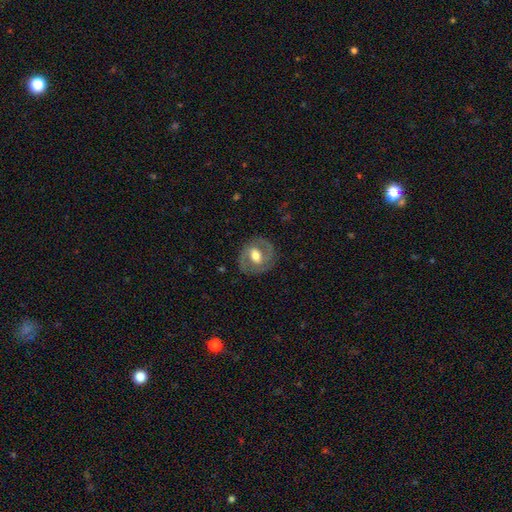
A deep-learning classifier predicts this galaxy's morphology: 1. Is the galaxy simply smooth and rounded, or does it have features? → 71% featured or disk, 23% smooth, 6% star or artifact.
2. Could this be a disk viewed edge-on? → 96% no, 4% yes.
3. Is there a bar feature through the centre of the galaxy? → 45% weak, 30% no, 26% strong.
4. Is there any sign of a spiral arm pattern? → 78% yes, 22% no.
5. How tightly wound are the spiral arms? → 47% medium, 39% tight, 13% loose.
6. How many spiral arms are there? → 85% 2, 7% can't tell, 4% 1, 2% 3, 1% 4, 1% more than 4.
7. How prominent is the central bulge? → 62% moderate, 25% large, 10% small, 2% dominant, 1% none.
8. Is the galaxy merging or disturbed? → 82% none, 11% minor disturbance, 5% major disturbance, 1% merger.